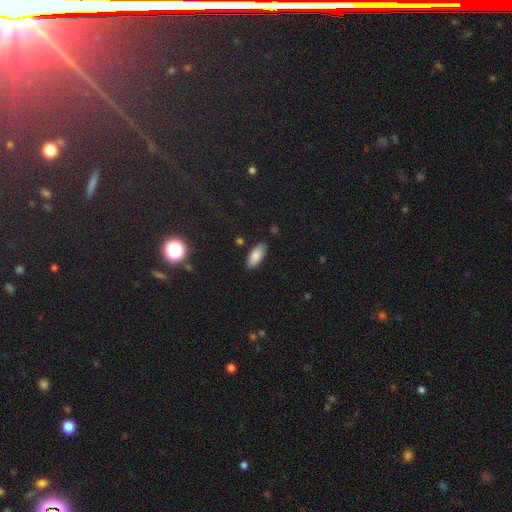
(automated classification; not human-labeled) smooth_or_featured: smooth (p=0.86) [alt: star or artifact p=0.08]
how_rounded: in between (p=0.84) [alt: cigar-shaped p=0.14]
merging: none (p=0.86) [alt: minor disturbance p=0.11]